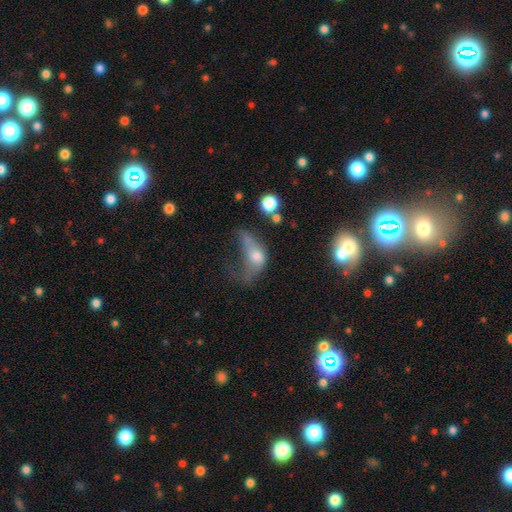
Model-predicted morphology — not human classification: This appears to be a smooth galaxy with no disk features (54%) that is in between round and cigar-shaped (71%). Merging: major disturbance (54%).